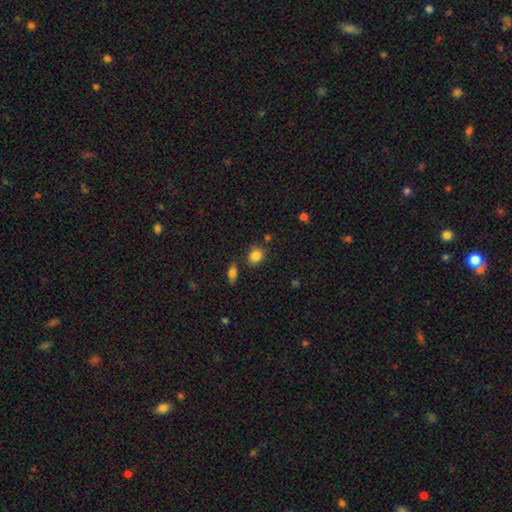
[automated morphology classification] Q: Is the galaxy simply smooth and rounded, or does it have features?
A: smooth — 84%.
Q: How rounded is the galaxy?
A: round — 64%.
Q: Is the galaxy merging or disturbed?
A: none — 77%.